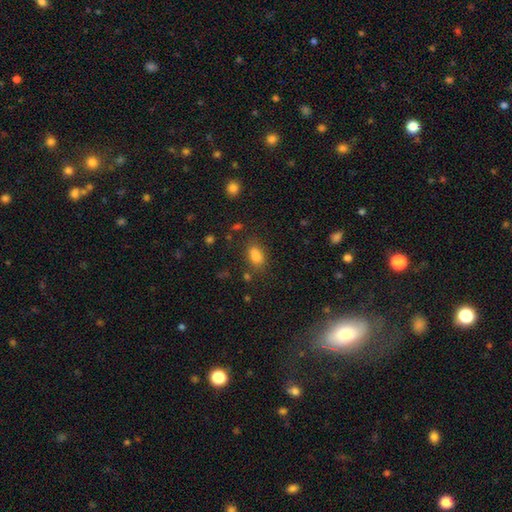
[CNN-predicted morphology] The model was most divided on "merging": none: 62%, minor disturbance: 17%, merger: 14%, major disturbance: 6%. More confident: how rounded — in between (80%); smooth or featured — smooth (79%).